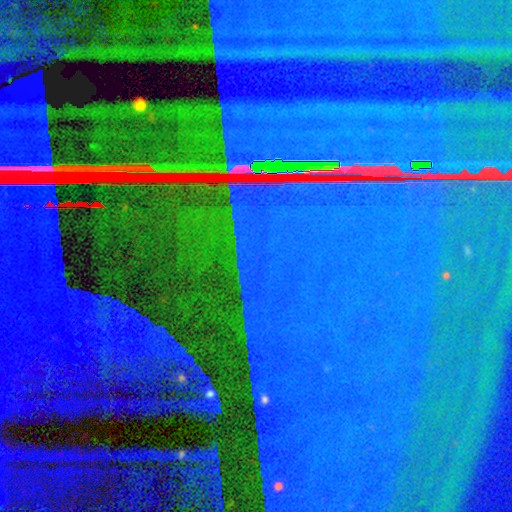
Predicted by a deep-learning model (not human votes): The model was most divided on "smooth or featured": star or artifact: 89%, featured or disk: 6%, smooth: 5%.